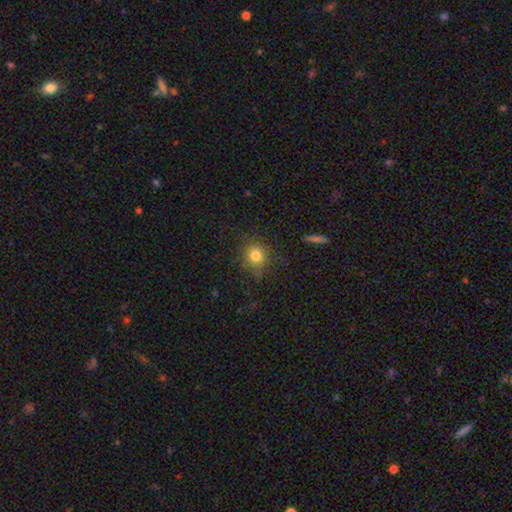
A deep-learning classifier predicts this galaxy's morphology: smooth-or-featured: smooth: 79% | star or artifact: 13% | featured or disk: 8%
  how-rounded: round: 84% | in between: 15% | cigar-shaped: 1%
  merging: none: 80% | minor disturbance: 13% | major disturbance: 5% | merger: 2%